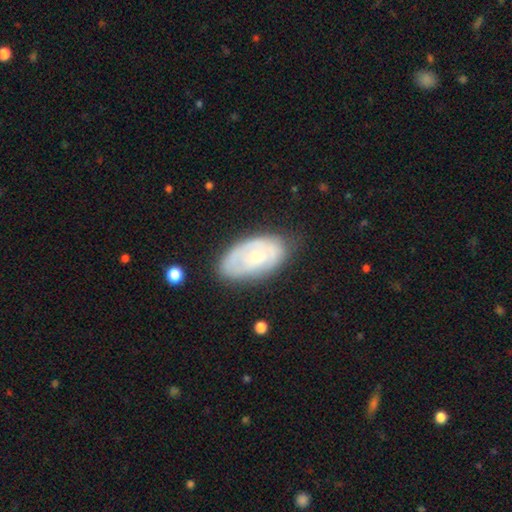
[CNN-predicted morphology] A featured or disk galaxy (56%) with no bar (85%), spiral arms (50%, tied with no) and a small central bulge (65%).

Vote fractions:
- Smooth or featured? featured or disk: 56% / smooth: 38% / star or artifact: 6%
- Edge-on disk? no: 93% / yes: 7%
- Bar? no: 85% / weak: 13% / strong: 2%
- Spiral arms? yes: 50% (tied) / no: 50% (tied)
- Bulge size? small: 65% / moderate: 29% / none: 2% / large: 2% / dominant: 1%
- Merging? none: 67% / minor disturbance: 23% / major disturbance: 7% / merger: 2%